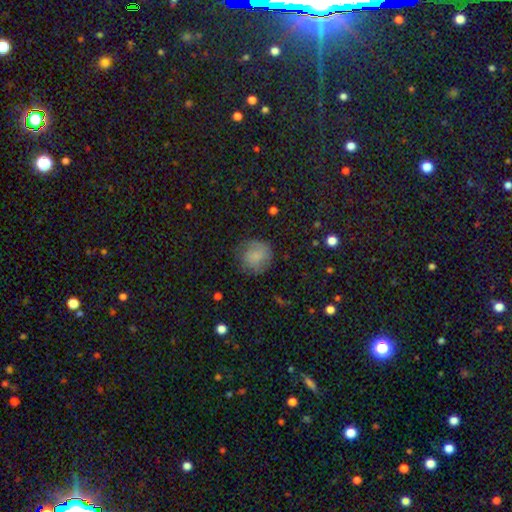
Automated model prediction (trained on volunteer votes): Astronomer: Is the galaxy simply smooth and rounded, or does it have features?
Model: smooth — 72%.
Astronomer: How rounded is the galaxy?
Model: round — 86%.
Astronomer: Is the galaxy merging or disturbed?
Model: none — 69%.